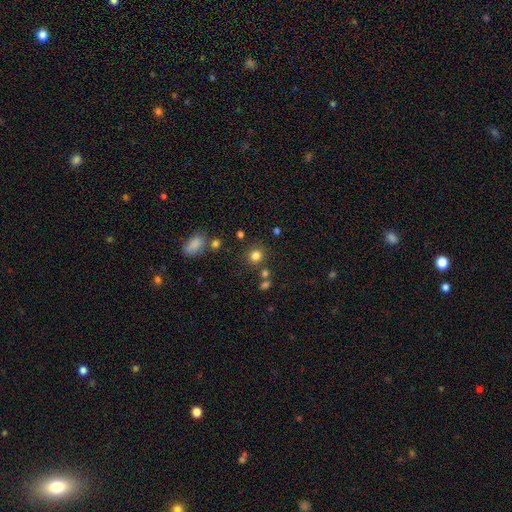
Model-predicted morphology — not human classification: Smooth or featured? smooth (80%)
How rounded? round (89%)
Merging? none (81%)